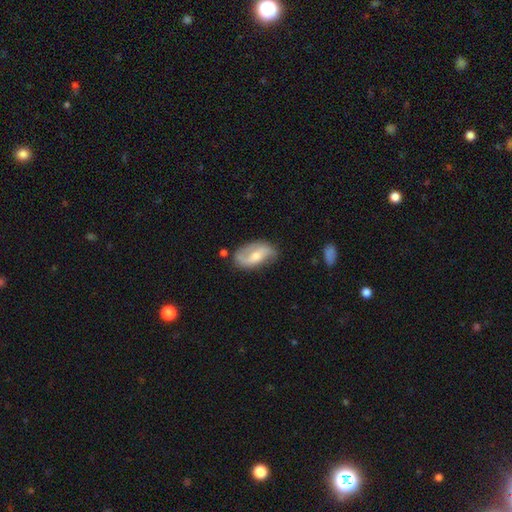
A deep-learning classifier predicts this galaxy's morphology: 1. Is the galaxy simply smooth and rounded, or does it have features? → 70% featured or disk, 24% smooth, 6% star or artifact.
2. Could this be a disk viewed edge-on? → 95% no, 5% yes.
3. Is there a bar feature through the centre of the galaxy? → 43% weak, 34% no, 22% strong.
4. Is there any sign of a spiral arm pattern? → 88% yes, 12% no.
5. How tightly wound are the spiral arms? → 50% loose, 34% medium, 16% tight.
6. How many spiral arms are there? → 82% 2, 8% can't tell, 7% 1, 1% 3, 1% 4, 1% more than 4.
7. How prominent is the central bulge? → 58% moderate, 35% small, 4% large, 2% none, 1% dominant.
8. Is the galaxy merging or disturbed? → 71% none, 21% minor disturbance, 6% major disturbance, 3% merger.